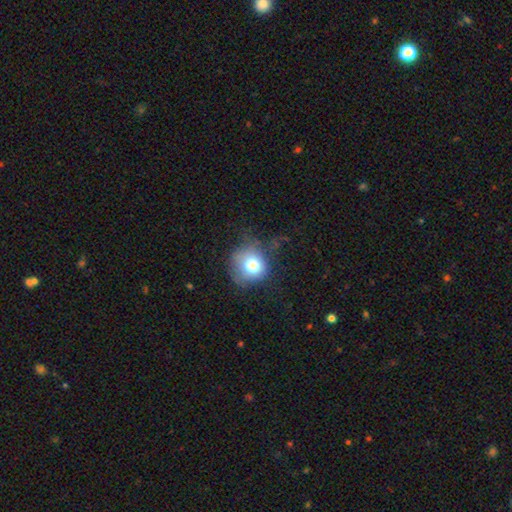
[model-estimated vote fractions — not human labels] smooth 69%, star or artifact 16%, featured or disk 15%. Down the decision tree: how rounded — round (88%); merging — none (63%).